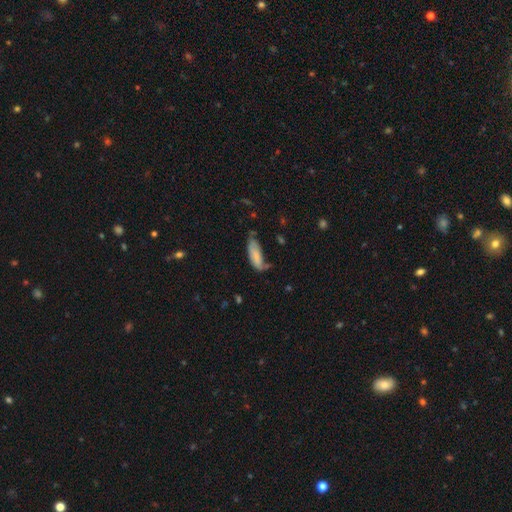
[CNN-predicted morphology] Smooth or featured? Predicted: smooth (p=0.77). How rounded? Predicted: in between (p=0.61). Merging? Predicted: none (p=0.44).